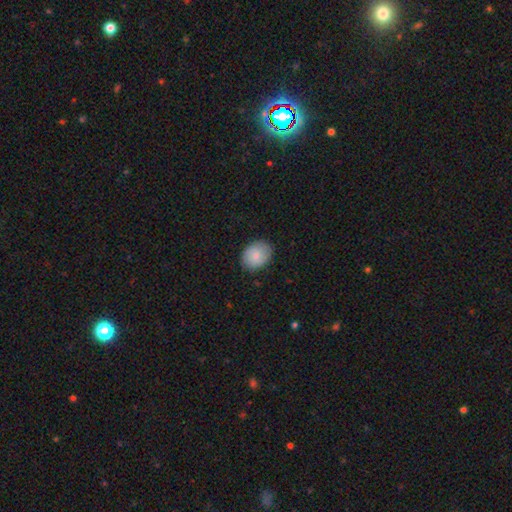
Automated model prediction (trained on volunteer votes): A smooth galaxy with no disk features (79%) that is in between round and cigar-shaped (62%). Merging: none (84%).